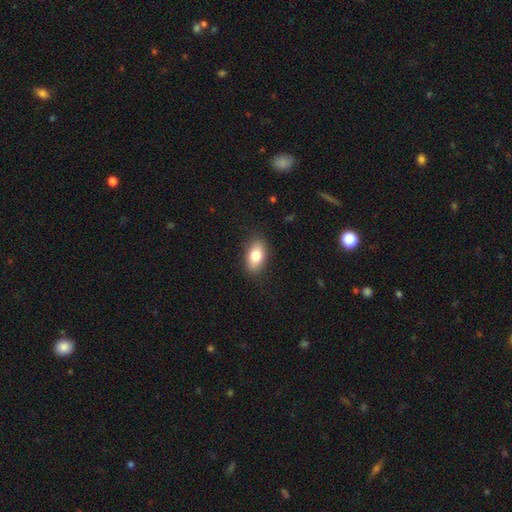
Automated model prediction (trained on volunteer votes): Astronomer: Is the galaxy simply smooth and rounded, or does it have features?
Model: smooth — 81%.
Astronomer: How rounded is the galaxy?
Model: in between — 90%.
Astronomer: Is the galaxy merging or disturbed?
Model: none — 87%.